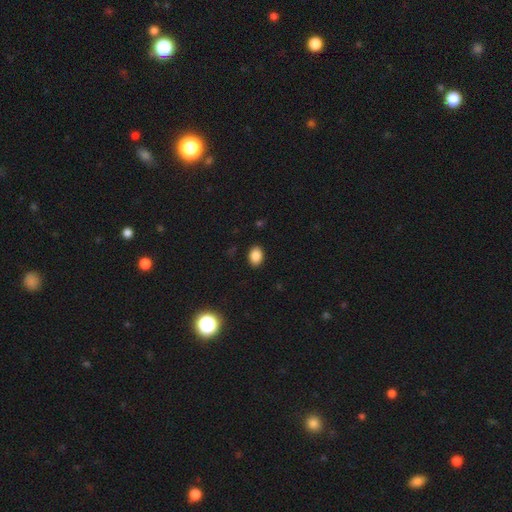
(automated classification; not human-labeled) smooth-or-featured: smooth: 86% | star or artifact: 10% | featured or disk: 4%
  how-rounded: in between: 75% | round: 24% | cigar-shaped: 1%
  merging: none: 89% | minor disturbance: 8% | major disturbance: 2% | merger: 1%